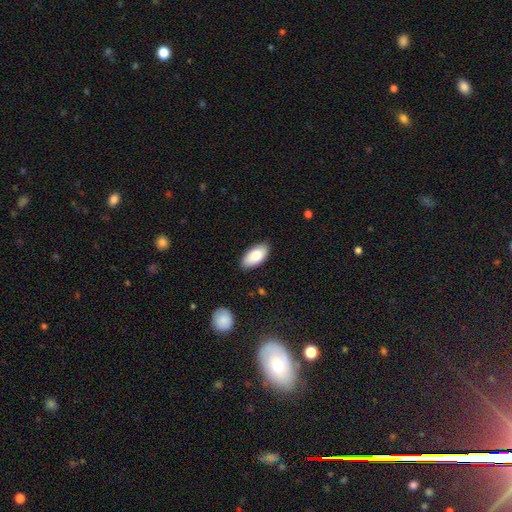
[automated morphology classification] Q: Smooth or featured?
A: smooth (85%); runner-up: featured or disk (9%)
Q: How rounded?
A: in between (94%); runner-up: cigar-shaped (4%)
Q: Merging?
A: none (85%); runner-up: minor disturbance (11%)